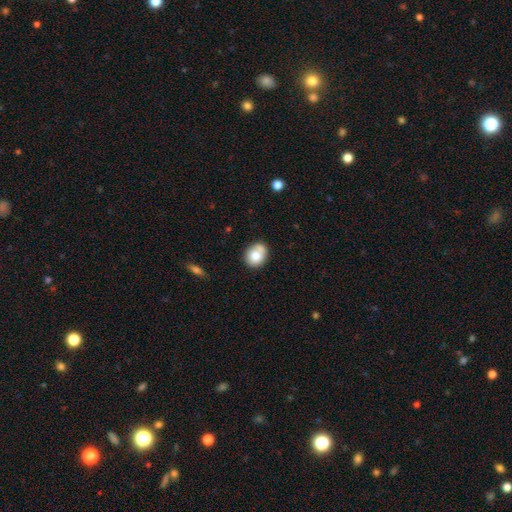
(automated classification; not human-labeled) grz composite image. It shows a smooth galaxy with no disk features (76%) that is round (62%). Merging: none (58%).